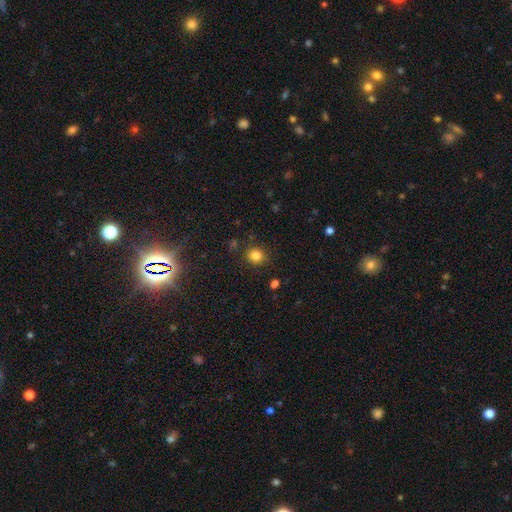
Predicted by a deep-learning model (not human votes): Smooth or featured? Predicted: smooth (p=0.83). How rounded? Predicted: round (p=0.75). Merging? Predicted: none (p=0.85).